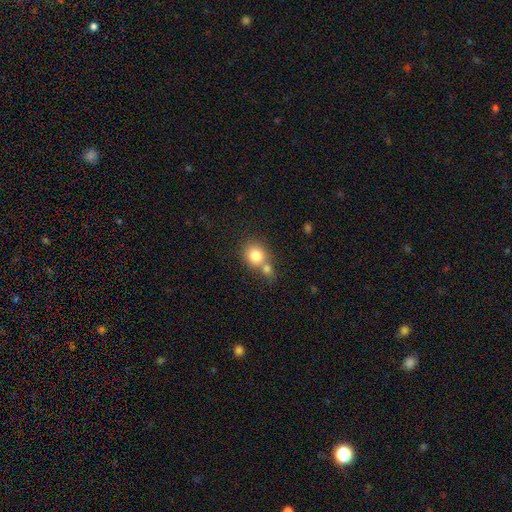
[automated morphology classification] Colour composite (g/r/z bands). It shows a smooth galaxy with no disk features (81%) that is round (79%). Merging: merger (45%).